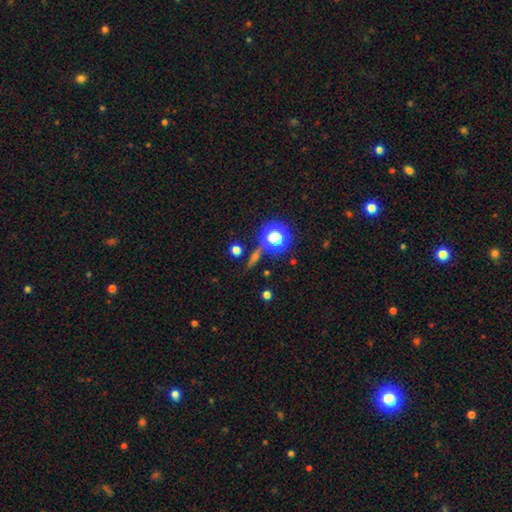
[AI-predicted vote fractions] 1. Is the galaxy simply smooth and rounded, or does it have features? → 53% star or artifact, 30% smooth, 17% featured or disk.